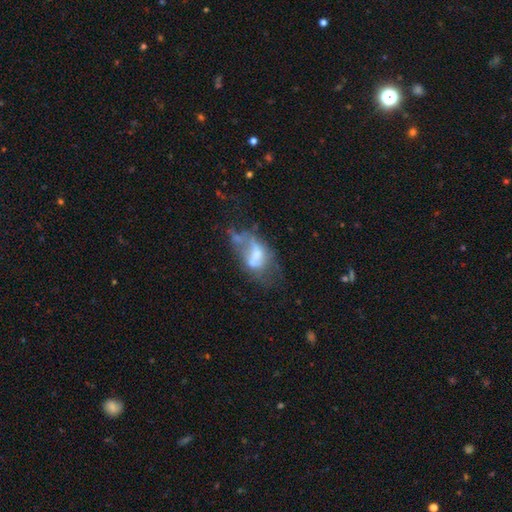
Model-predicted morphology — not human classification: The model was most divided on "bulge size": moderate: 33%, none: 31%, small: 20%, large: 14%, dominant: 3%. Remaining: edge-on disk — no (96%); spiral arms — no (87%); bar — no (76%); smooth or featured — featured or disk (52%); merging — major disturbance (35%).